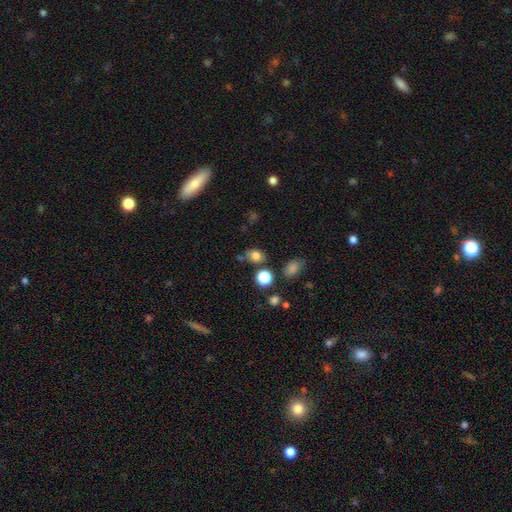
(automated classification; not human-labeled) Q: Smooth or featured?
A: smooth (78%); runner-up: star or artifact (14%)
Q: How rounded?
A: in between (51%); runner-up: round (47%)
Q: Merging?
A: none (72%); runner-up: minor disturbance (14%)